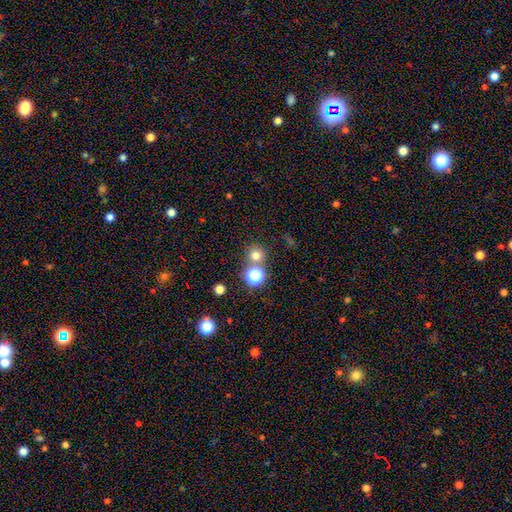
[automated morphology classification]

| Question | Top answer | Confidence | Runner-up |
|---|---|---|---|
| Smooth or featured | smooth | 72% | star or artifact (21%) |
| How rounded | round | 92% | in between (7%) |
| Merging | none | 73% | merger (18%) |